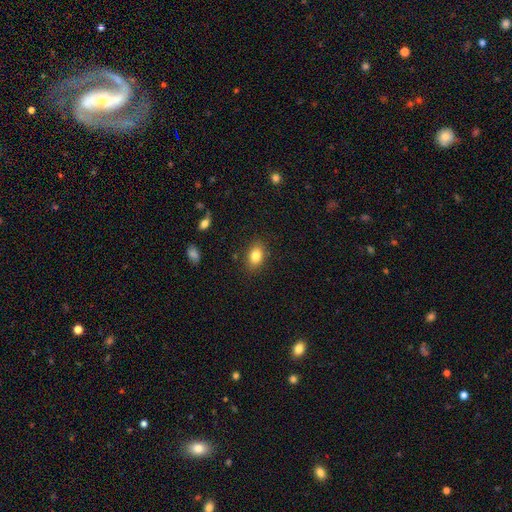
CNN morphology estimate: A smooth galaxy with no disk features (83%) that is in between round and cigar-shaped (82%). Merging: none (86%).